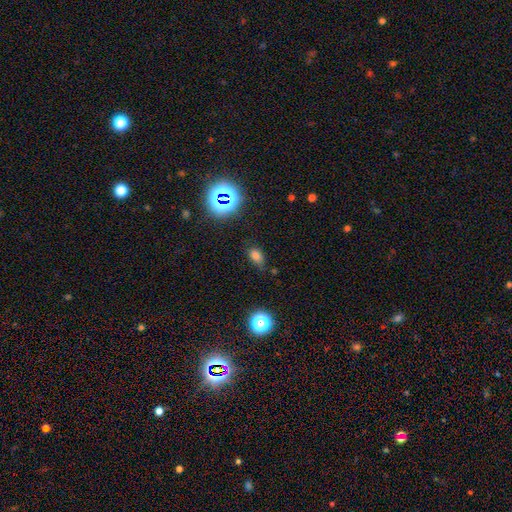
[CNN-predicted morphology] A smooth galaxy with no disk features (71%) that is in between round and cigar-shaped (83%).

Vote fractions:
- Smooth or featured? smooth: 71% / star or artifact: 23% / featured or disk: 7%
- How rounded? in between: 83% / round: 14% / cigar-shaped: 3%
- Merging? none: 67% / minor disturbance: 24% / major disturbance: 7% / merger: 3%